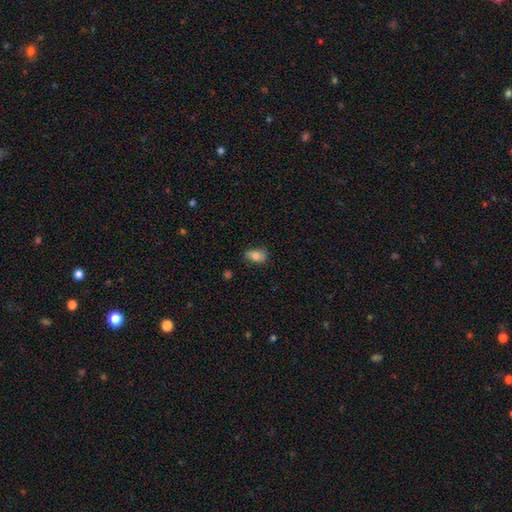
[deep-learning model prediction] Smooth or featured: smooth — 80% (featured or disk — 11%)
How rounded: in between — 83% (round — 15%)
Merging: none — 70% (minor disturbance — 23%)